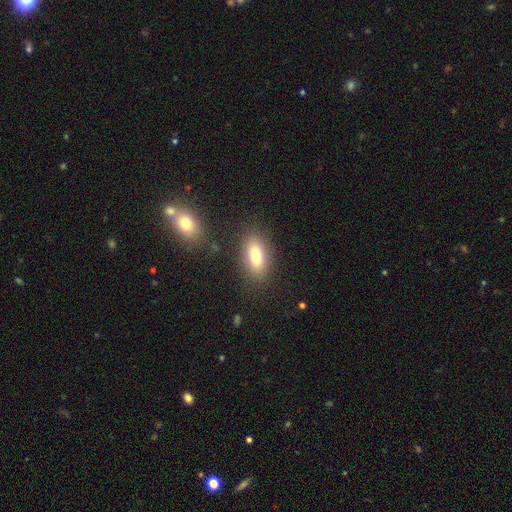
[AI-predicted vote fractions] Morphology: type=smooth (78%); roundness=in between (87%); merging=none (83%).